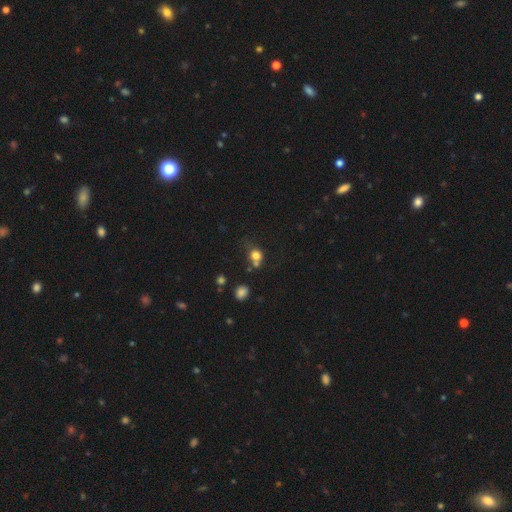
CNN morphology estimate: Q: Smooth or featured?
A: smooth (76%); runner-up: star or artifact (14%)
Q: How rounded?
A: round (70%); runner-up: in between (29%)
Q: Merging?
A: none (43%); runner-up: merger (28%)